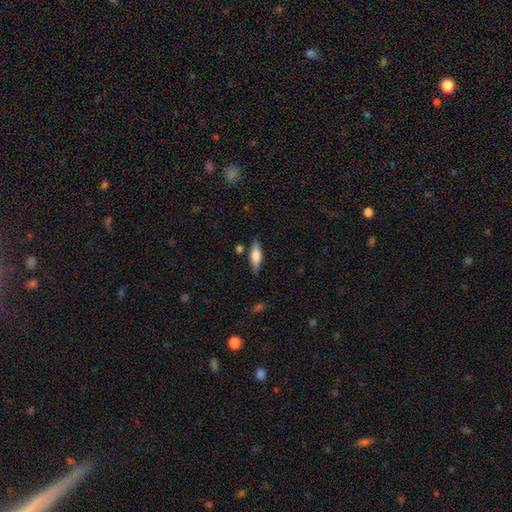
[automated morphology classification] This is likely a smooth galaxy (72%). How rounded: possibly in between (58%). Merging: clearly none (81%).